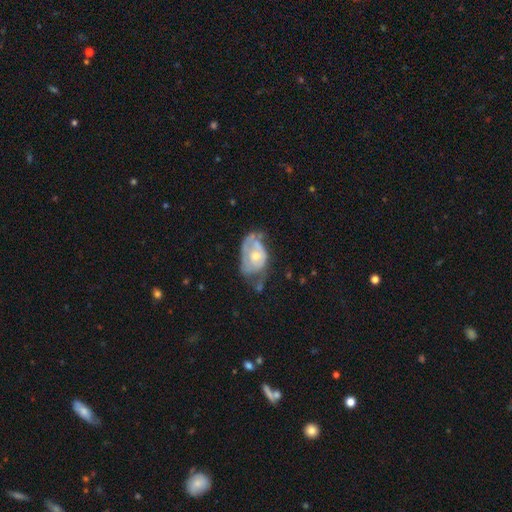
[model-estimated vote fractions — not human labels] smooth_or_featured: featured or disk (p=0.63) [alt: smooth p=0.30]
disk_edge_on: no (p=0.95) [alt: yes p=0.05]
bar: no (p=0.82) [alt: weak p=0.16]
has_spiral_arms: yes (p=0.53) [alt: no p=0.47]
bulge_size: moderate (p=0.57) [alt: small p=0.36]
merging: minor disturbance (p=0.34) [alt: major disturbance p=0.32]